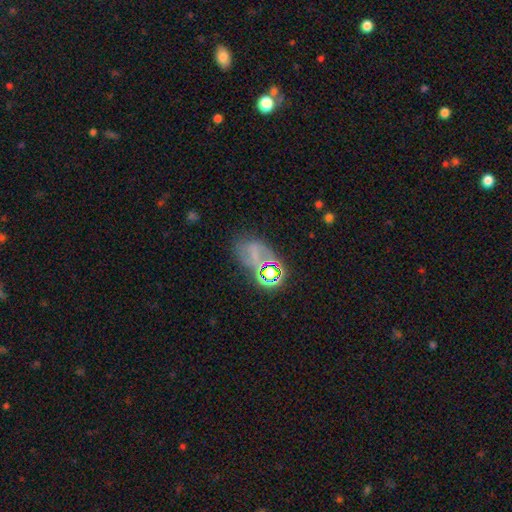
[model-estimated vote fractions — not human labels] Smooth or featured? star or artifact (40%)